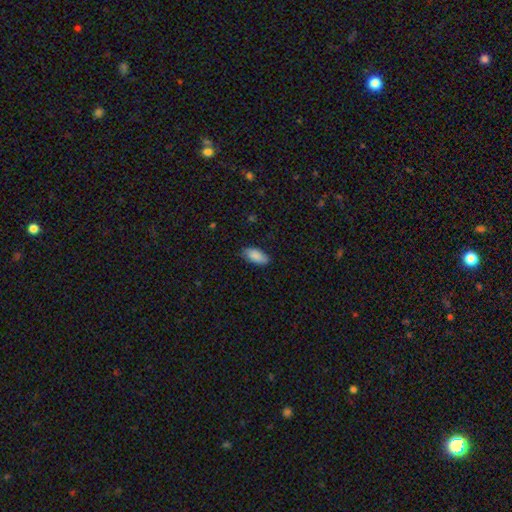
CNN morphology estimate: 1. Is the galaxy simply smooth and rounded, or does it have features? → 89% smooth, 6% star or artifact, 5% featured or disk.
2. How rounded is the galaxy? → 90% in between, 9% cigar-shaped, 2% round.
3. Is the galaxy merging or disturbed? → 80% none, 16% minor disturbance, 3% major disturbance, 1% merger.